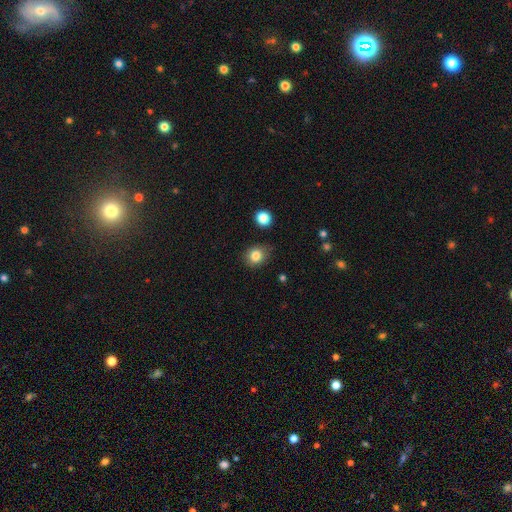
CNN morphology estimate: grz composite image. It shows a smooth galaxy with no disk features (83%) that is round (71%). Merging: none (79%).